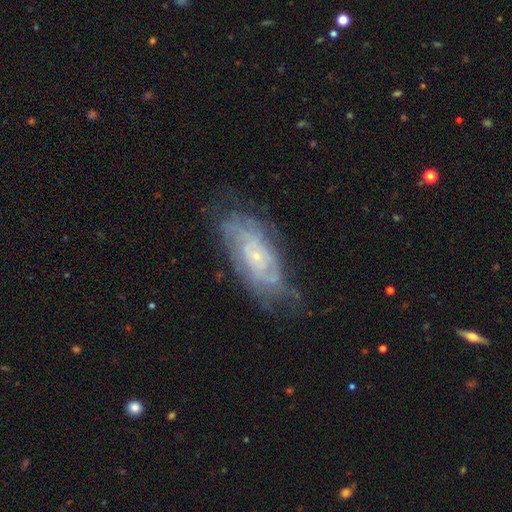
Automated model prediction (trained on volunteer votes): smooth_or_featured: featured or disk (p=0.75) [alt: smooth p=0.17]
disk_edge_on: no (p=0.91) [alt: yes p=0.09]
bar: no (p=0.77) [alt: weak p=0.19]
has_spiral_arms: yes (p=0.83) [alt: no p=0.17]
spiral_winding: tight (p=0.64) [alt: medium p=0.27]
spiral_arm_count: can't tell (p=0.57) [alt: 2 p=0.18]
bulge_size: small (p=0.80) [alt: moderate p=0.14]
merging: none (p=0.64) [alt: minor disturbance p=0.23]